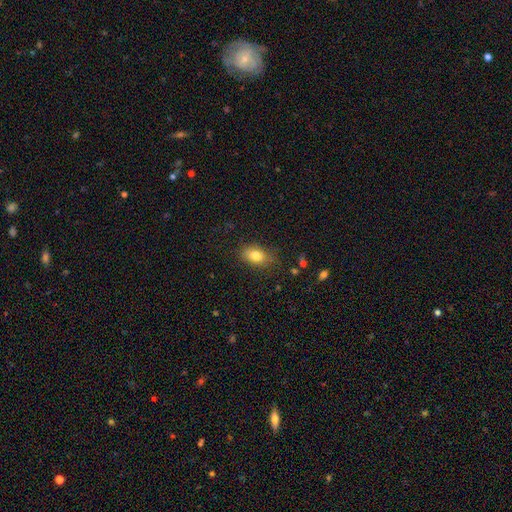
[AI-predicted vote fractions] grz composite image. It shows a smooth galaxy with no disk features (81%) that is in between round and cigar-shaped (84%). Merging: none (79%).